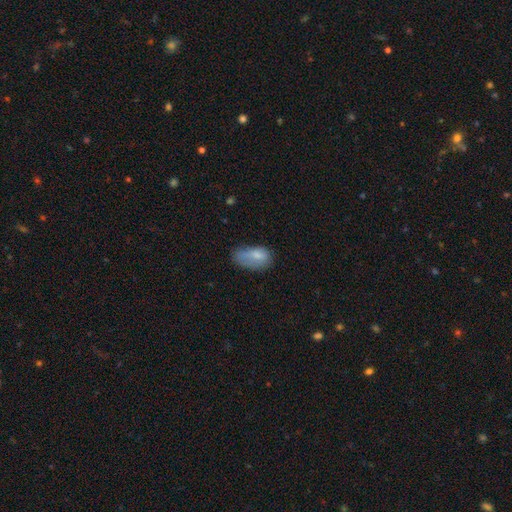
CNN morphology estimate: A smooth galaxy with no disk features (75%) that is in between round and cigar-shaped (92%).

Vote fractions:
- Smooth or featured? smooth: 75% / featured or disk: 17% / star or artifact: 8%
- How rounded? in between: 92% / round: 4% / cigar-shaped: 4%
- Merging? none: 37% (tied) / minor disturbance: 37% (tied) / major disturbance: 23% / merger: 3%